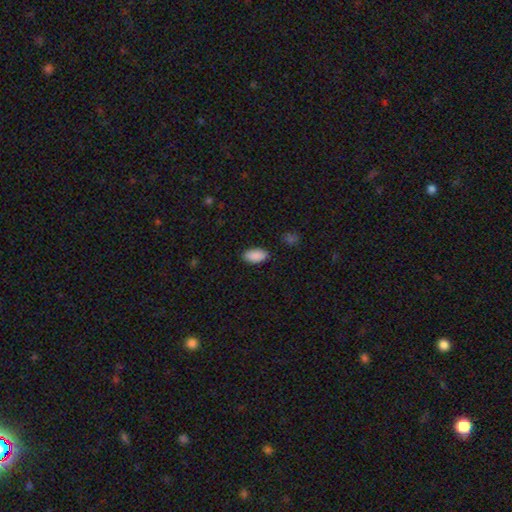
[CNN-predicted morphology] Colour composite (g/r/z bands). It shows a smooth galaxy with no disk features (90%) that is in between round and cigar-shaped (94%). Merging: none (87%).